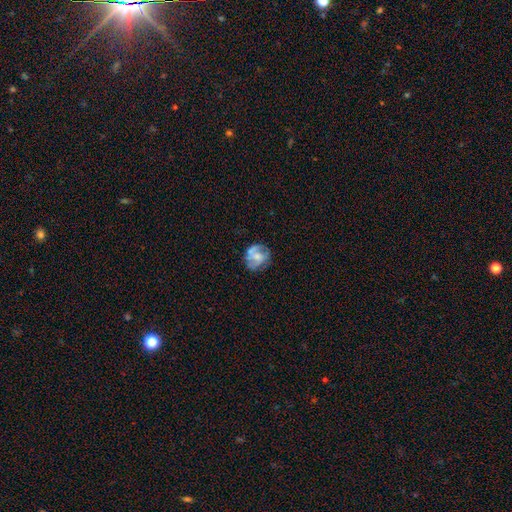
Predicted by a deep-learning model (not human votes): Smooth or featured? featured or disk (56%)
Edge-on disk? no (98%)
Bar? no (71%)
Spiral arms? yes (63%)
Bulge size? moderate (42%)
Merging? none (57%)